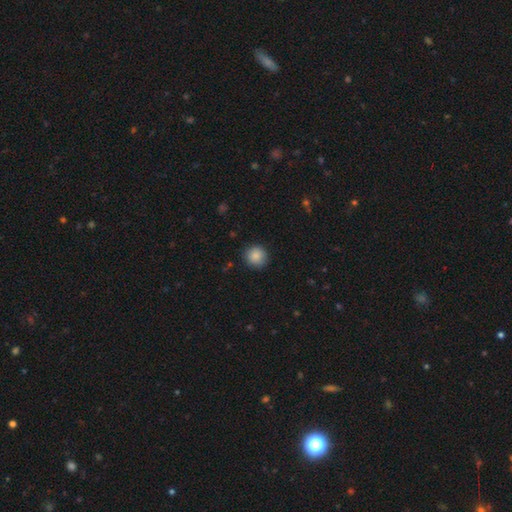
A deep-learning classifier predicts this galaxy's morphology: type=smooth (88%); roundness=round (94%); merging=none (90%).